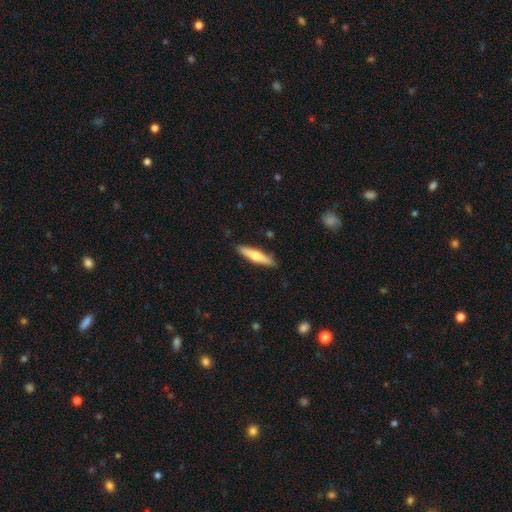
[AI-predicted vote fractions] smooth-or-featured: smooth: 59% | featured or disk: 36% | star or artifact: 5%
  how-rounded: cigar-shaped: 83% | in between: 16% | round: 2%
  merging: none: 87% | minor disturbance: 10% | major disturbance: 2% | merger: 1%